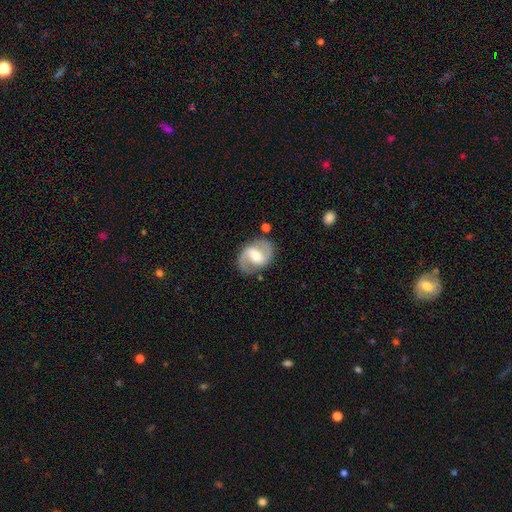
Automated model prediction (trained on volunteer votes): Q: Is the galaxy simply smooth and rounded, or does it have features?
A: featured or disk — 83%.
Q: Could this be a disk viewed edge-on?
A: no — 97%.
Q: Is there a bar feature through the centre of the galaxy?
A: weak — 47%.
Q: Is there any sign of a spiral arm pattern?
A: yes — 92%.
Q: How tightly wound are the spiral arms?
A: medium — 54%.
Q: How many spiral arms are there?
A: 2 — 91%.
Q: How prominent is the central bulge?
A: moderate — 62%.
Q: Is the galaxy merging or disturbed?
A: none — 80%.